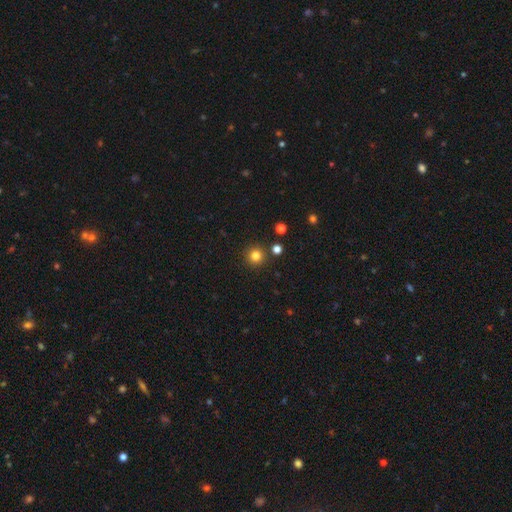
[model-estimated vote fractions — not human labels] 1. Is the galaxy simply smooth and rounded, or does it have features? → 80% smooth, 14% star or artifact, 6% featured or disk.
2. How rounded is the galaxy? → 95% round, 4% in between, 1% cigar-shaped.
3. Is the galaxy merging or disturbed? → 89% none, 6% minor disturbance, 4% merger, 2% major disturbance.